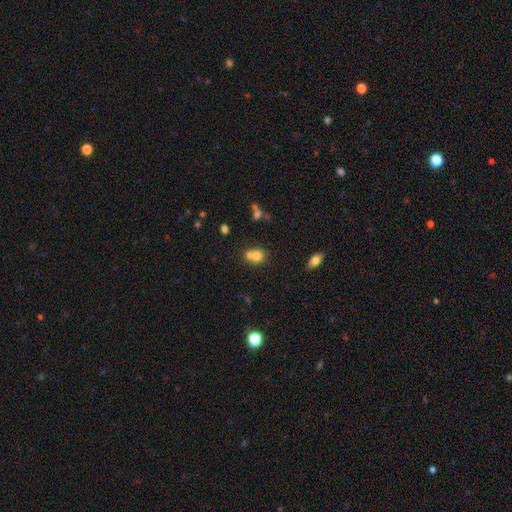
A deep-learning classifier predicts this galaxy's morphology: Smooth or featured? Predicted: smooth (p=0.73). How rounded? Predicted: round (p=0.66). Merging? Predicted: merger (p=0.54).